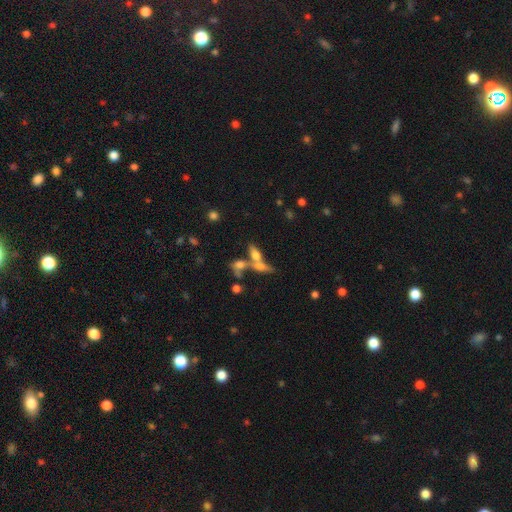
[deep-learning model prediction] Morphology: type=smooth (53%); roundness=in between (58%); merging=merger (50%).